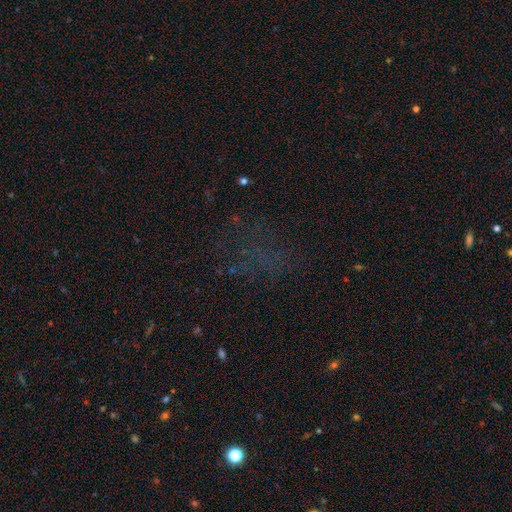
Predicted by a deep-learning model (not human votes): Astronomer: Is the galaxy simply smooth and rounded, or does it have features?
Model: star or artifact — 52% (runner-up: smooth, 29%).